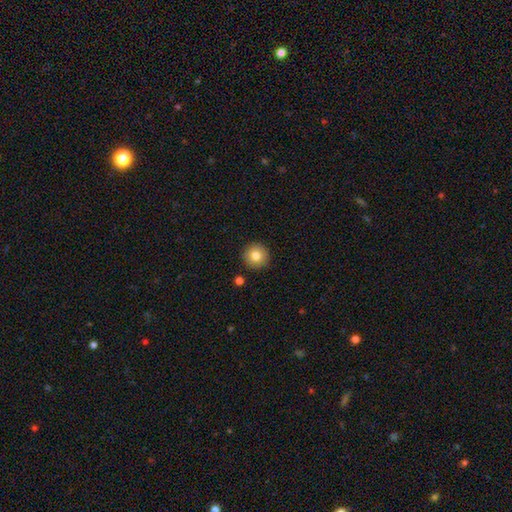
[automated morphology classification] smooth_or_featured: smooth (p=0.81) [alt: star or artifact p=0.09]
how_rounded: round (p=0.95) [alt: in between p=0.04]
merging: none (p=0.90) [alt: minor disturbance p=0.06]